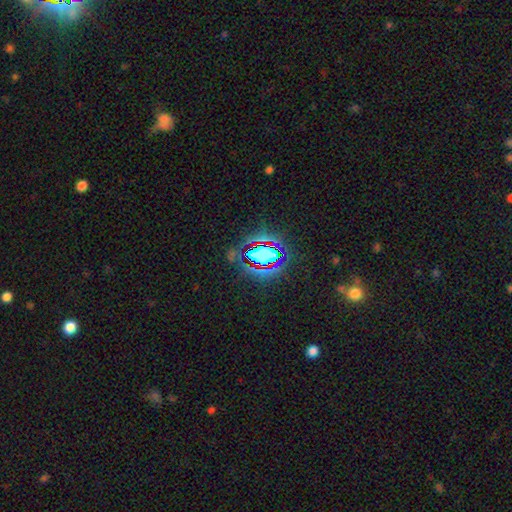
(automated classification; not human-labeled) Morphology: type=star or artifact (79%).